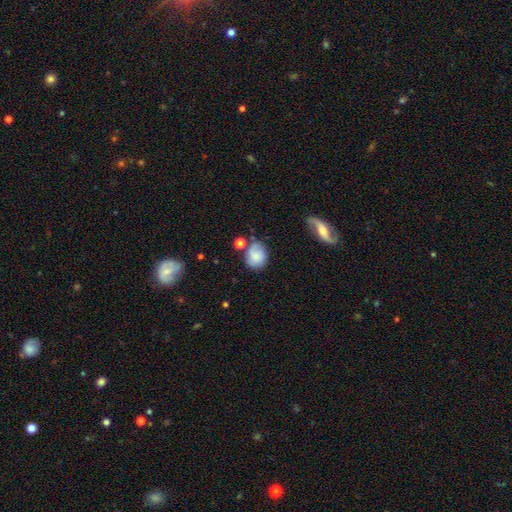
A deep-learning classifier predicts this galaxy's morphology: Smooth or featured? smooth (69%)
How rounded? round (59%)
Merging? none (58%)